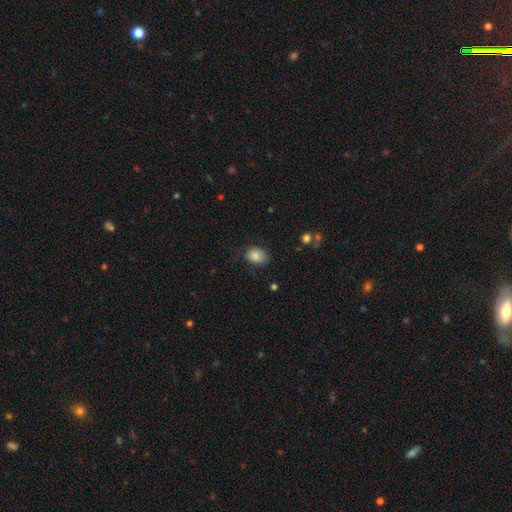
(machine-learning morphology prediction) Smooth or featured? smooth (85%)
How rounded? in between (65%)
Merging? none (73%)